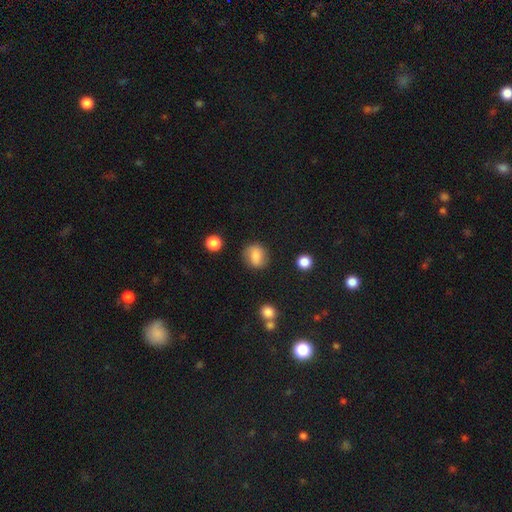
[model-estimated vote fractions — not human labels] Q: Smooth or featured?
A: smooth (74%); runner-up: featured or disk (16%)
Q: How rounded?
A: round (75%); runner-up: in between (24%)
Q: Merging?
A: none (80%); runner-up: minor disturbance (13%)